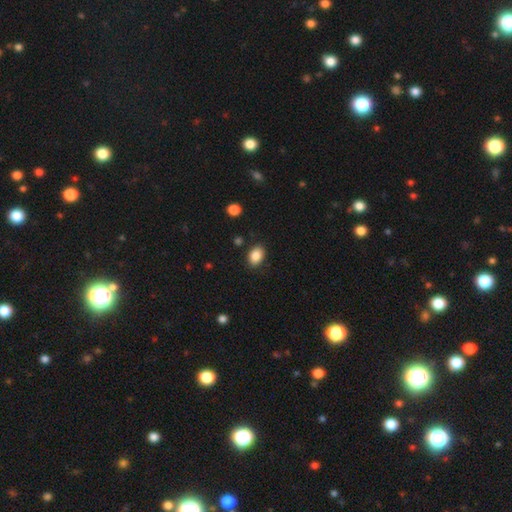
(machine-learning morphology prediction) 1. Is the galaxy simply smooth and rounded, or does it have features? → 86% smooth, 8% star or artifact, 5% featured or disk.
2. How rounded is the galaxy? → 77% in between, 21% round, 1% cigar-shaped.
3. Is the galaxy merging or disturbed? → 86% none, 10% minor disturbance, 3% major disturbance, 2% merger.